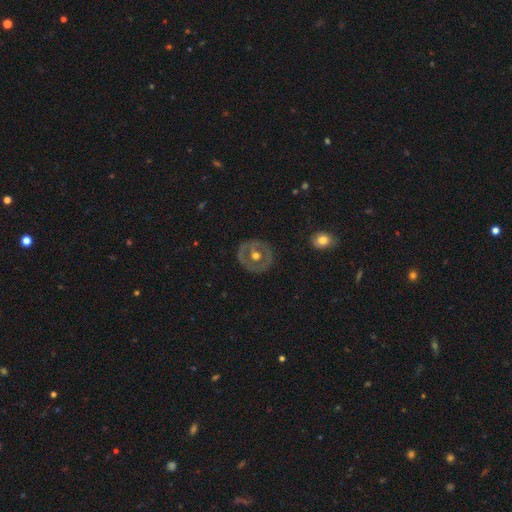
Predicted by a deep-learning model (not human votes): Q: Smooth or featured?
A: featured or disk (60%); runner-up: smooth (34%)
Q: Edge-on disk?
A: no (95%); runner-up: yes (5%)
Q: Bar?
A: no (77%); runner-up: weak (16%)
Q: Spiral arms?
A: no (87%); runner-up: yes (13%)
Q: Bulge size?
A: moderate (80%); runner-up: small (10%)
Q: Merging?
A: none (83%); runner-up: minor disturbance (11%)